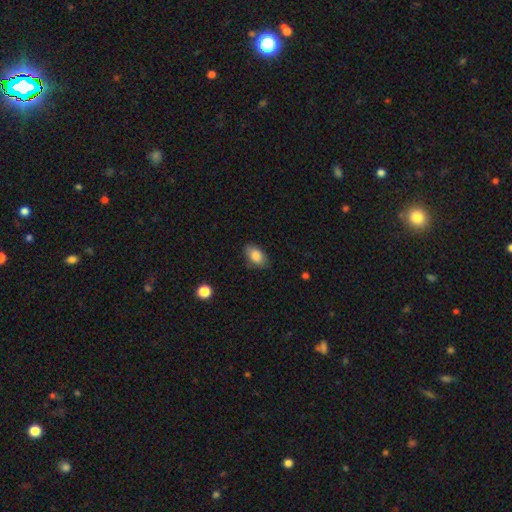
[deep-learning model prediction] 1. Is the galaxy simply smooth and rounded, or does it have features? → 83% smooth, 10% featured or disk, 7% star or artifact.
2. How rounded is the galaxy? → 90% in between, 8% round, 2% cigar-shaped.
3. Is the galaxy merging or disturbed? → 77% none, 19% minor disturbance, 4% major disturbance, 1% merger.